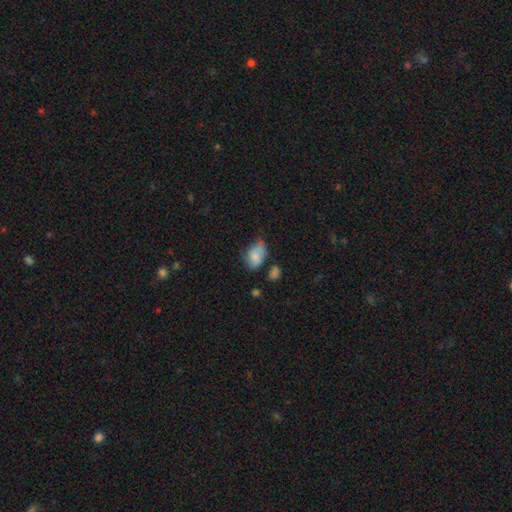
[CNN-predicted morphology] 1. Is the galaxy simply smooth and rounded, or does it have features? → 68% smooth, 23% featured or disk, 8% star or artifact.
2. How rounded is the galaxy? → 81% in between, 18% round, 1% cigar-shaped.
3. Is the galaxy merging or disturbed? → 39% none, 38% minor disturbance, 15% major disturbance, 8% merger.